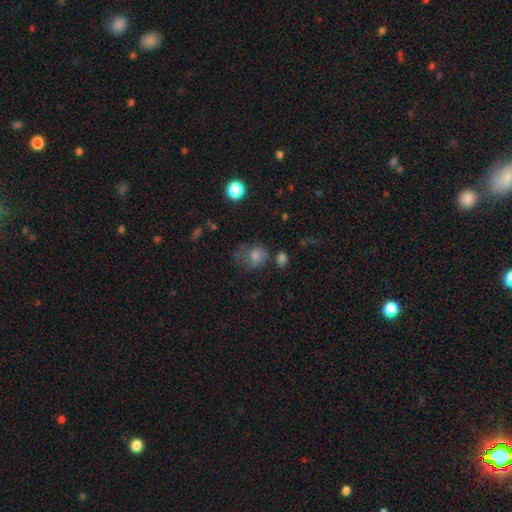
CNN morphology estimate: A smooth galaxy with no disk features (63%) that is round (50%). Merging: none (38%).